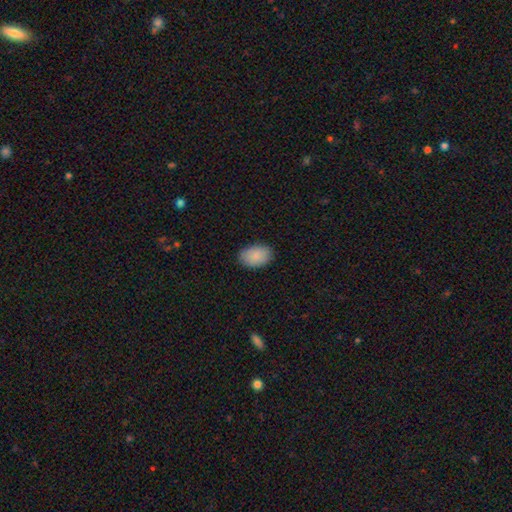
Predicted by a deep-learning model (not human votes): A smooth galaxy with no disk features (90%) that is in between round and cigar-shaped (88%).

Vote fractions:
- Smooth or featured? smooth: 90% / star or artifact: 7% / featured or disk: 4%
- How rounded? in between: 88% / round: 11% / cigar-shaped: 1%
- Merging? none: 87% / minor disturbance: 10% / major disturbance: 2% / merger: 1%